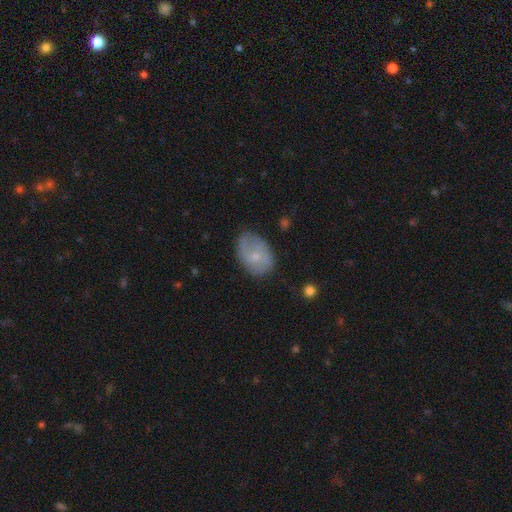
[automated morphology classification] type=smooth (53%); roundness=in between (78%); merging=none (60%).